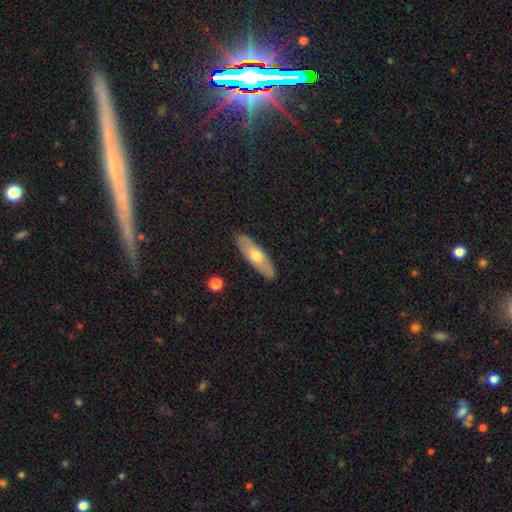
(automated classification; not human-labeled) Overall: smooth (49%; featured or disk 45%). Merging: none (89%).